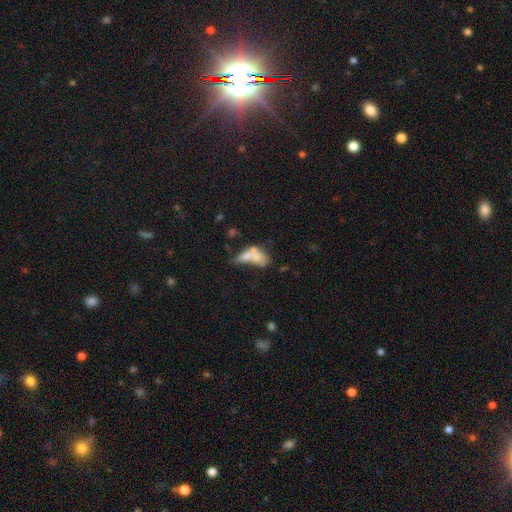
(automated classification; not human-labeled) Smooth or featured?
  - smooth: 61% *
  - featured or disk: 29%
  - star or artifact: 10%
How rounded?
  - in between: 77% *
  - cigar-shaped: 14%
  - round: 10%
Merging?
  - merger: 57% *
  - none: 18%
  - major disturbance: 14%
  - minor disturbance: 11%